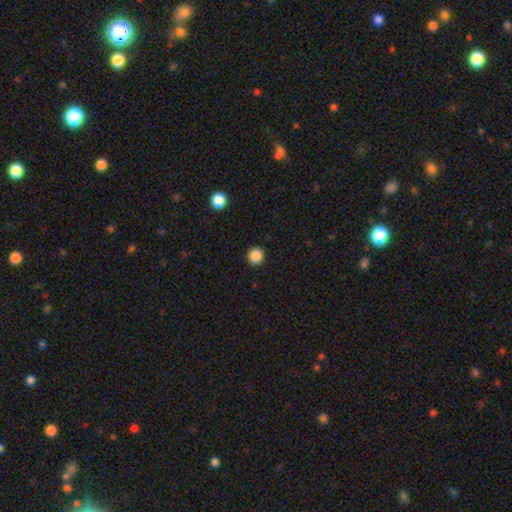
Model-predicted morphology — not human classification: Smooth or featured?
  - smooth: 88% *
  - star or artifact: 10%
  - featured or disk: 3%
How rounded?
  - round: 91% *
  - in between: 8%
  - cigar-shaped: 1%
Merging?
  - none: 92% *
  - minor disturbance: 5%
  - major disturbance: 2%
  - merger: 1%